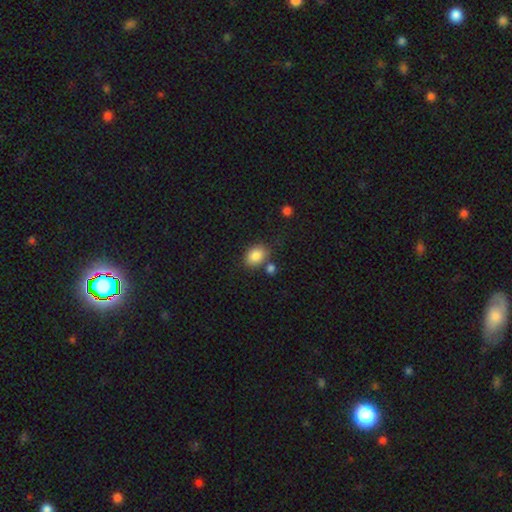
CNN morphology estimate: Overall: smooth (85%). How rounded: in between (72%). Merging: none (69%).